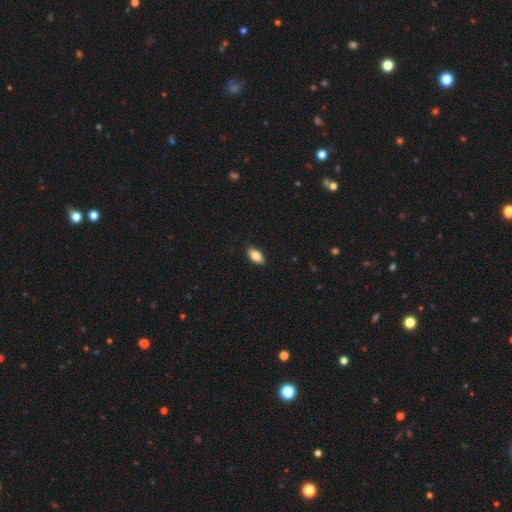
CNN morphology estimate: This appears to be a smooth galaxy with no disk features (84%) that is in between round and cigar-shaped (91%). Merging: none (88%).